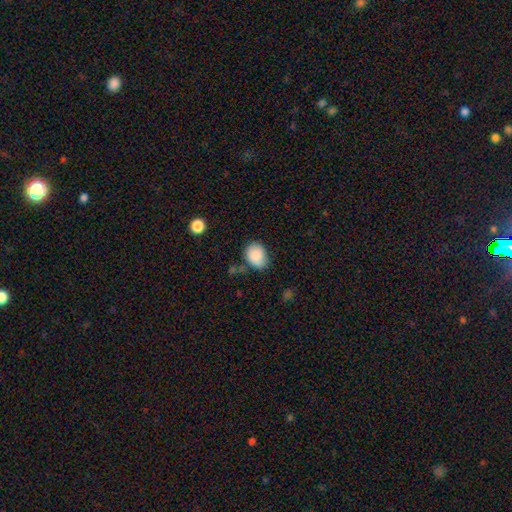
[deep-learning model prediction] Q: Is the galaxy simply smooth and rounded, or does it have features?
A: smooth — 87%.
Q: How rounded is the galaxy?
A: in between — 61%.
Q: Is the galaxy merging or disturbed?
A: none — 64%.